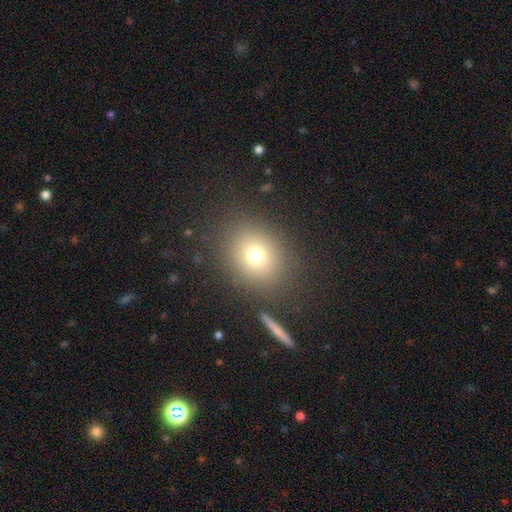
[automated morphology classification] A smooth galaxy with no disk features (72%) that is round (70%).

Vote fractions:
- Smooth or featured? smooth: 72% / star or artifact: 16% / featured or disk: 12%
- How rounded? round: 70% / in between: 29% / cigar-shaped: 1%
- Merging? none: 84% / minor disturbance: 8% / major disturbance: 5% / merger: 3%